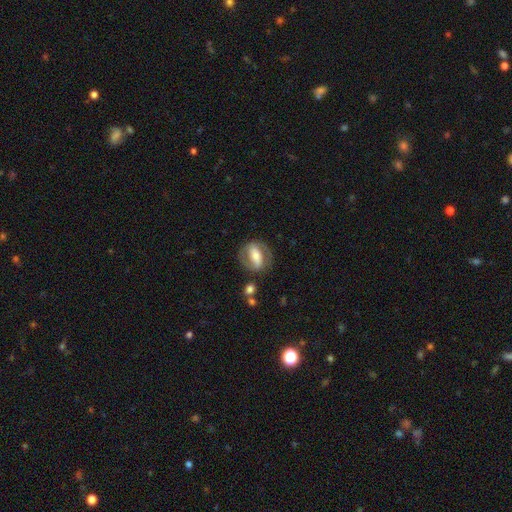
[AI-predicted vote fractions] featured or disk 64%, smooth 30%, star or artifact 6%. Down the decision tree: edge-on disk — no (92%); bar — strong (59%); spiral arms — yes (64%); bulge size — moderate (51%); merging — none (73%).